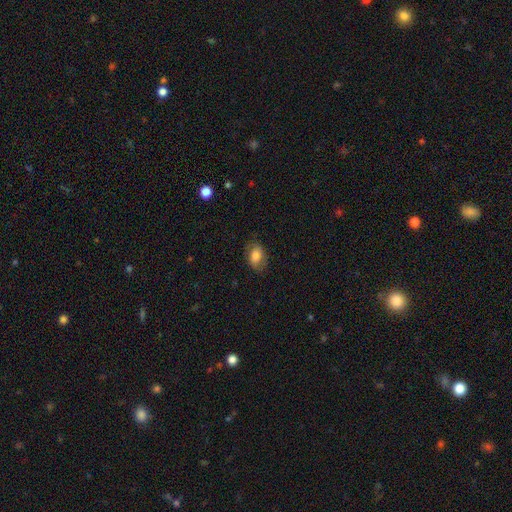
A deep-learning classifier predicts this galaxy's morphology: smooth_or_featured: smooth (p=0.76) [alt: featured or disk p=0.16]
how_rounded: in between (p=0.86) [alt: round p=0.13]
merging: none (p=0.75) [alt: minor disturbance p=0.18]